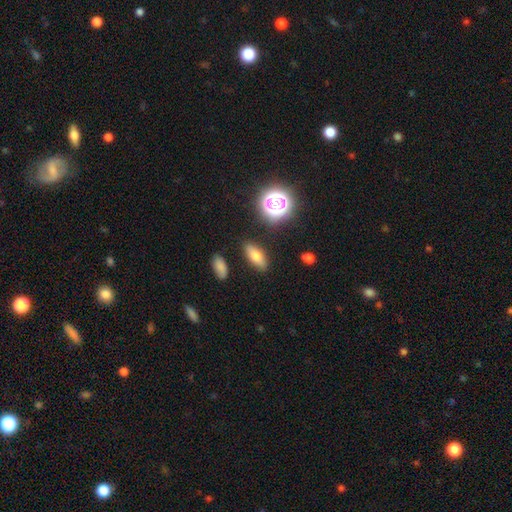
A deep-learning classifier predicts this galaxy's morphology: Smooth or featured? smooth (71%)
How rounded? in between (72%)
Merging? none (85%)